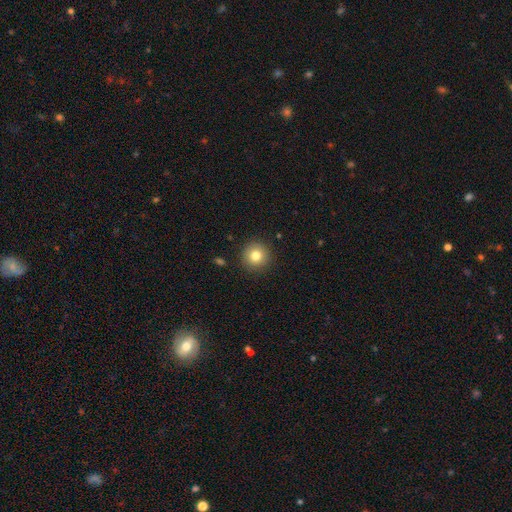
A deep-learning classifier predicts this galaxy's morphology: The model was most divided on "smooth or featured": smooth: 80%, star or artifact: 11%, featured or disk: 10%. More confident: how rounded — round (95%); merging — none (90%).